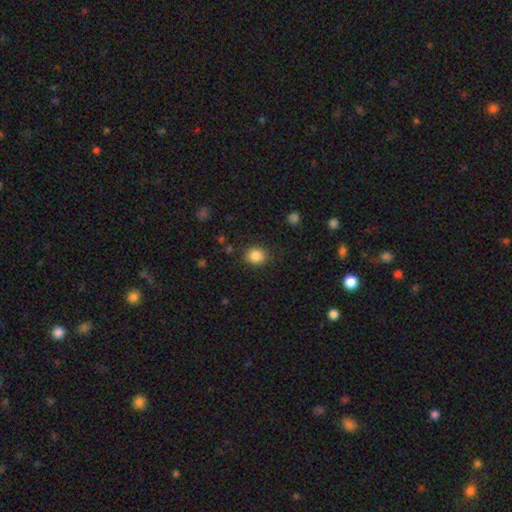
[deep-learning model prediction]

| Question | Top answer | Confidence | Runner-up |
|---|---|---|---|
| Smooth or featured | smooth | 86% | star or artifact (10%) |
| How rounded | round | 67% | in between (32%) |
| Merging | none | 86% | minor disturbance (9%) |